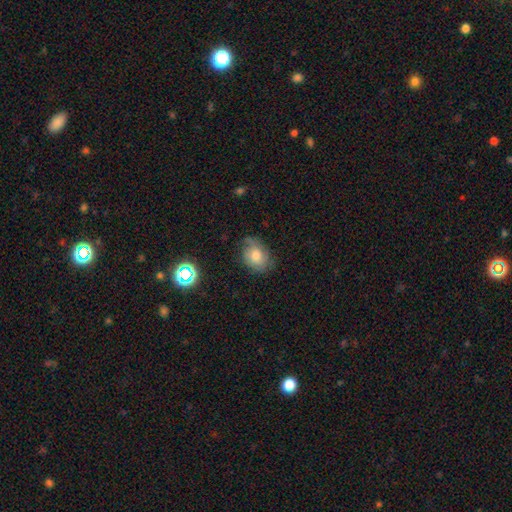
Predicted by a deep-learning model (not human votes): Smooth or featured? smooth (57%)
How rounded? in between (58%)
Merging? none (62%)